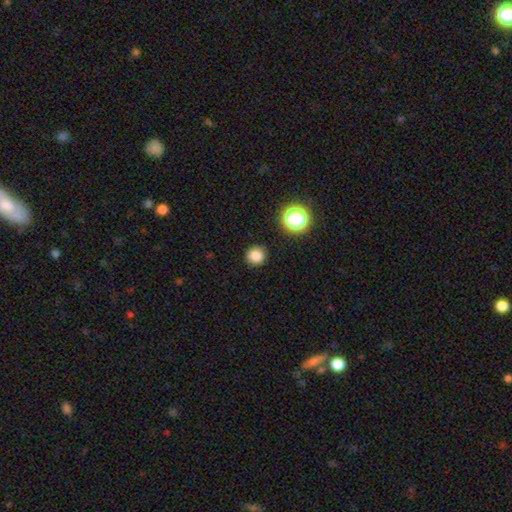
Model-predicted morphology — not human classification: smooth 83%, star or artifact 13%, featured or disk 4%. Down the decision tree: how rounded — round (92%); merging — none (91%).